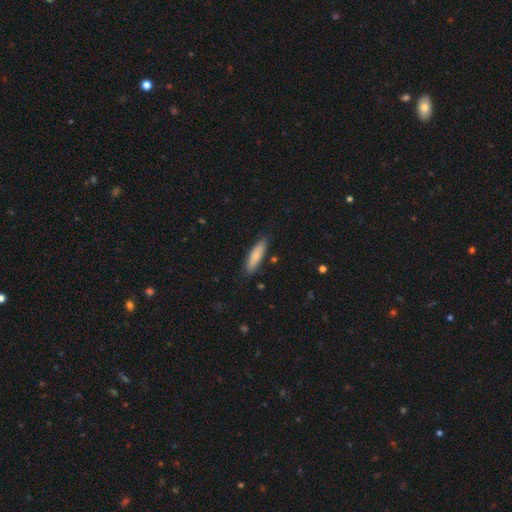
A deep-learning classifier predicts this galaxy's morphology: Smooth or featured: smooth — 81% (featured or disk — 13%)
How rounded: cigar-shaped — 71% (in between — 27%)
Merging: none — 86% (minor disturbance — 11%)